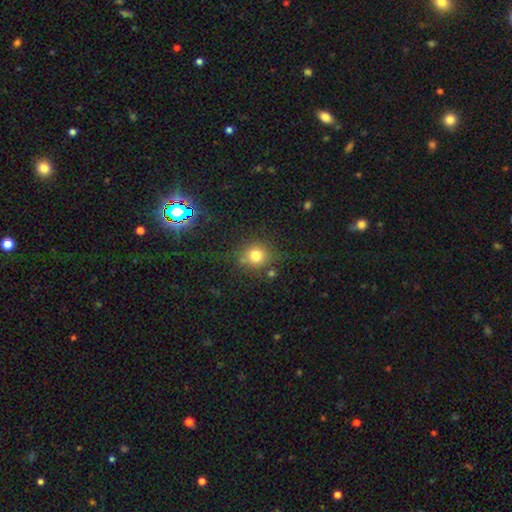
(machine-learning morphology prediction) A smooth galaxy with no disk features (76%) that is round (86%). Merging: none (77%).